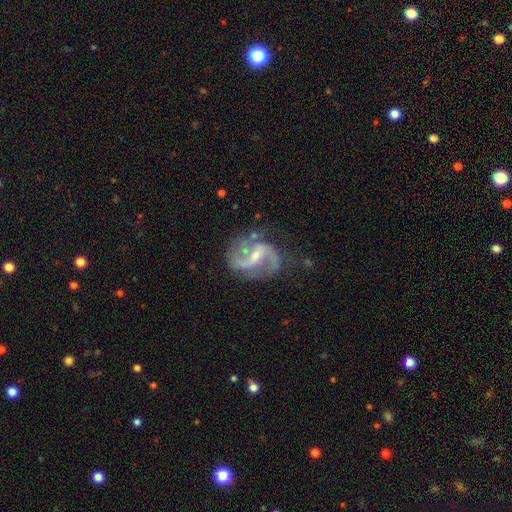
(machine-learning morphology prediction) Smooth or featured? Predicted: featured or disk (p=0.90). Edge-on disk? Predicted: no (p=0.98). Bar? Predicted: weak (p=0.46). Spiral arms? Predicted: yes (p=0.97). Spiral winding? Predicted: medium (p=0.45). Spiral arm count? Predicted: 2 (p=0.85). Bulge size? Predicted: small (p=0.64). Merging? Predicted: none (p=0.69).